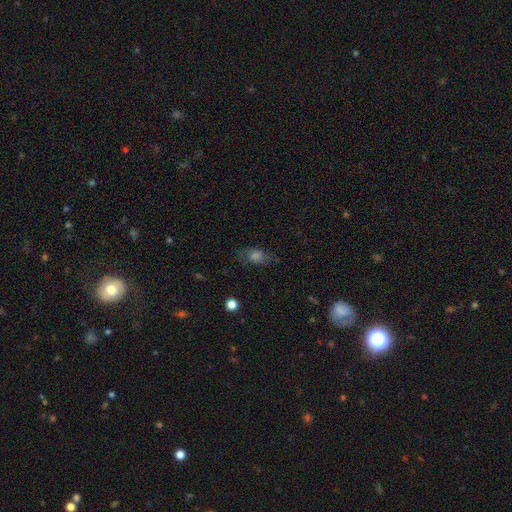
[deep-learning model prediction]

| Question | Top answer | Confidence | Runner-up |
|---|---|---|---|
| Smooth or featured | smooth | 56% | featured or disk (25%) |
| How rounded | in between | 73% | round (18%) |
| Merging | none | 71% | minor disturbance (18%) |